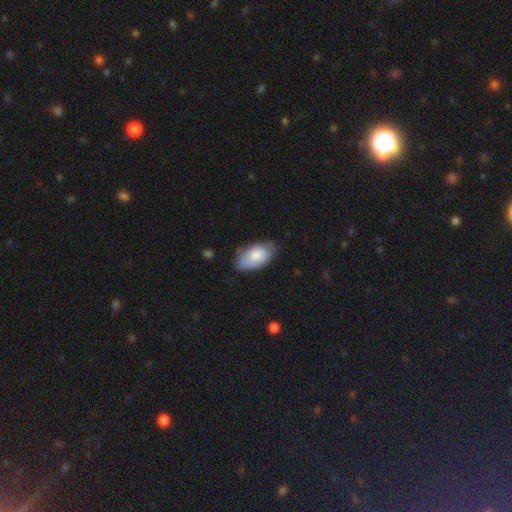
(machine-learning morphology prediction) smooth 79%, featured or disk 15%, star or artifact 6%. Down the decision tree: how rounded — in between (95%); merging — none (70%).